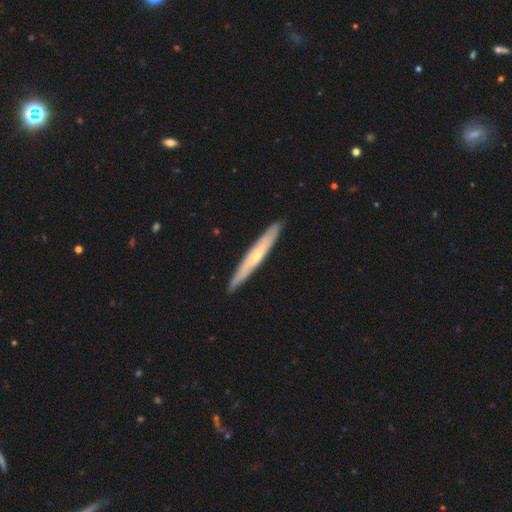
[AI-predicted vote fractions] Smooth or featured?
  - featured or disk: 54% *
  - smooth: 40%
  - star or artifact: 5%
Edge-on disk?
  - yes: 90% *
  - no: 10%
Merging?
  - none: 91% *
  - minor disturbance: 7%
  - major disturbance: 1%
  - merger: 1%